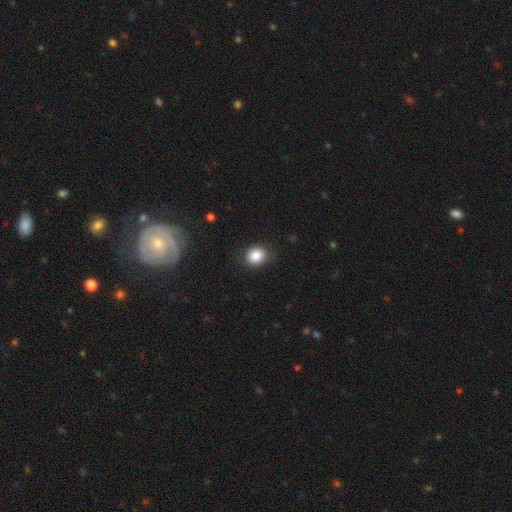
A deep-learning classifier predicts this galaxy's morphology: This is clearly a smooth galaxy (85%). How rounded: likely round (69%). Merging: clearly none (86%).